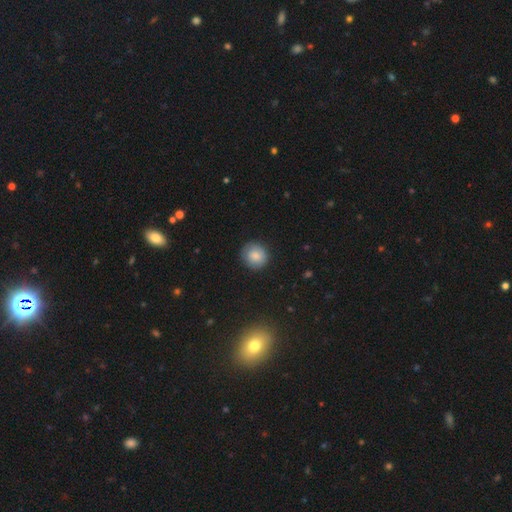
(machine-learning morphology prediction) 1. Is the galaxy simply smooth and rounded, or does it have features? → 82% smooth, 9% featured or disk, 8% star or artifact.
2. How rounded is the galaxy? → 90% round, 9% in between, 1% cigar-shaped.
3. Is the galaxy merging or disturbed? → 86% none, 10% minor disturbance, 2% major disturbance, 1% merger.